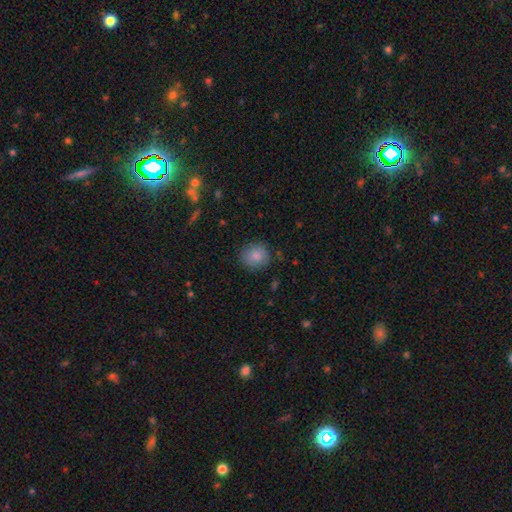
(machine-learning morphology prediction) This is clearly a smooth galaxy (85%). How rounded: clearly round (85%). Merging: clearly none (83%).